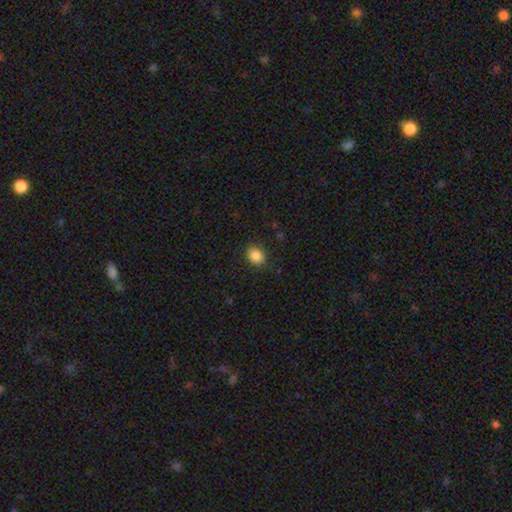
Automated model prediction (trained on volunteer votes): smooth-or-featured: smooth: 87% | star or artifact: 10% | featured or disk: 4%
  how-rounded: round: 50% (tied) | in between: 50% (tied) | cigar-shaped: 1%
  merging: none: 87% | minor disturbance: 10% | major disturbance: 3% | merger: 1%